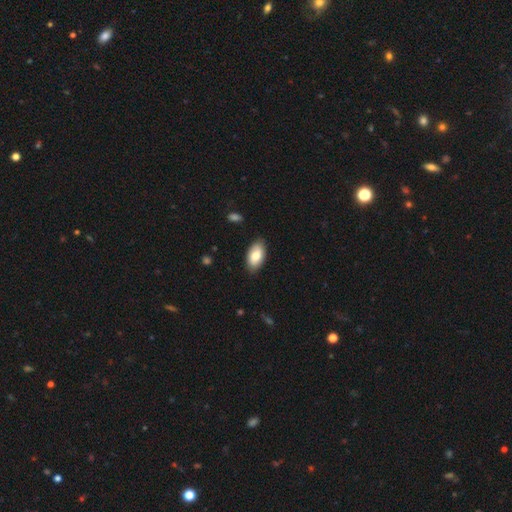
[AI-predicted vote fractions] The model was most divided on "smooth or featured": smooth: 77%, featured or disk: 18%, star or artifact: 6%. More confident: how rounded — in between (95%); merging — none (85%).